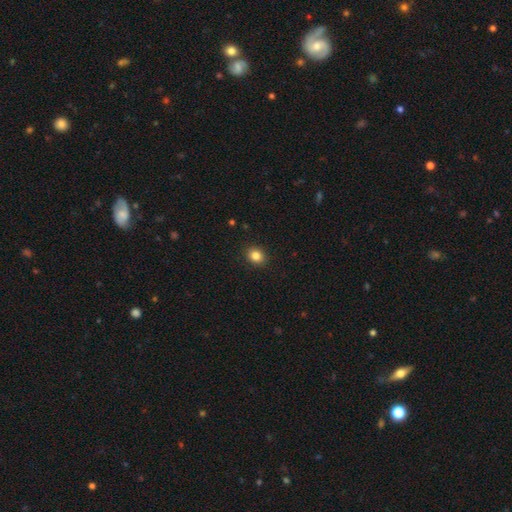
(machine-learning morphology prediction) smooth 84%, star or artifact 11%, featured or disk 5%. Down the decision tree: how rounded — round (66%); merging — none (91%).